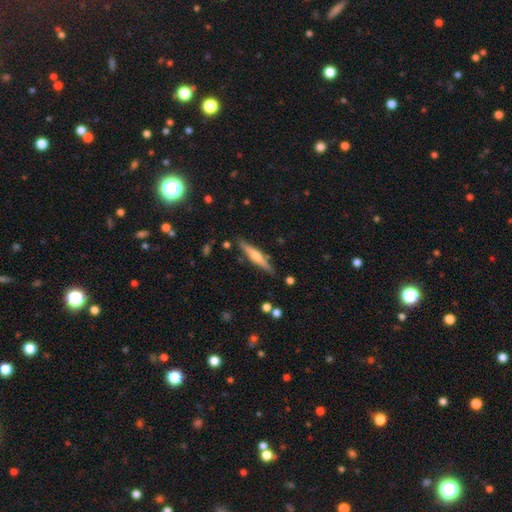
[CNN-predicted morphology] The model was most divided on "smooth or featured": featured or disk: 64%, smooth: 29%, star or artifact: 6%. More confident: edge-on disk — yes (97%); merging — none (88%); edge-on bulge — rounded (85%).